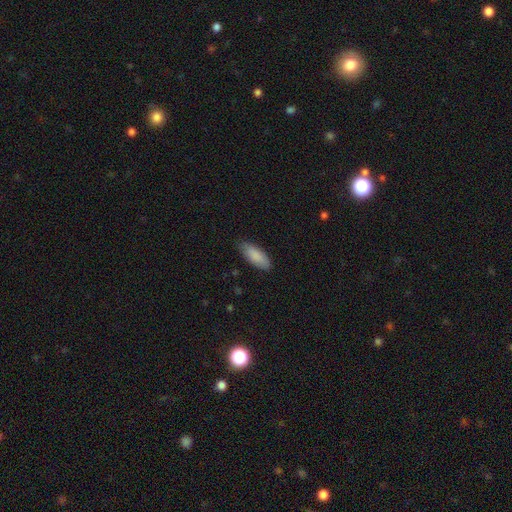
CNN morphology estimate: smooth 88%, featured or disk 7%, star or artifact 6%. Down the decision tree: how rounded — in between (76%); merging — none (80%).